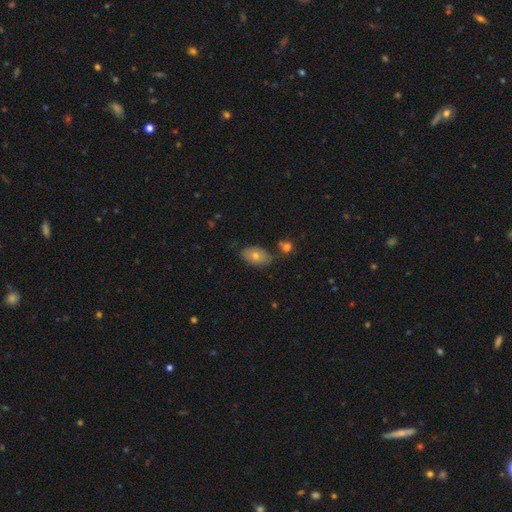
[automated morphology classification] This appears to be a smooth galaxy with no disk features (59%) that is in between round and cigar-shaped (88%). Merging: none (70%).